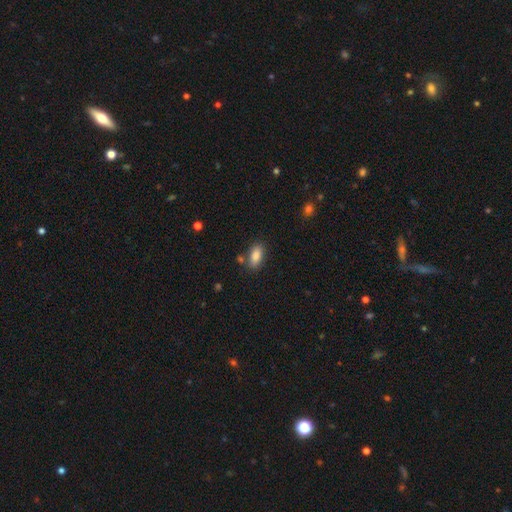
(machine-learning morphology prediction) Q: Smooth or featured?
A: smooth (87%); runner-up: star or artifact (8%)
Q: How rounded?
A: in between (87%); runner-up: cigar-shaped (10%)
Q: Merging?
A: none (79%); runner-up: minor disturbance (12%)